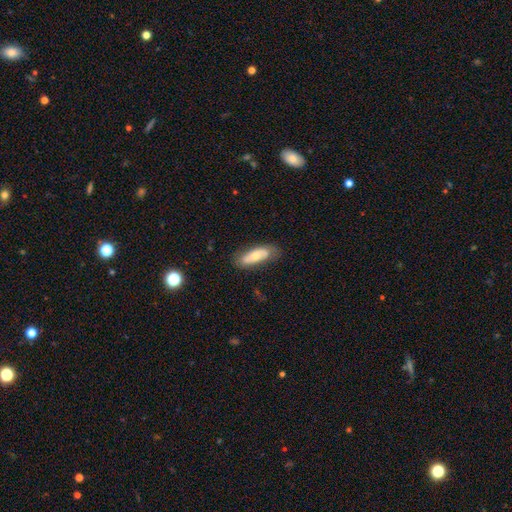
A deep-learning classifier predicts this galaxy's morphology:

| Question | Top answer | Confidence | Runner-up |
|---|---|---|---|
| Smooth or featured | smooth | 59% | featured or disk (34%) |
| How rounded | in between | 67% | cigar-shaped (30%) |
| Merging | none | 72% | minor disturbance (21%) |